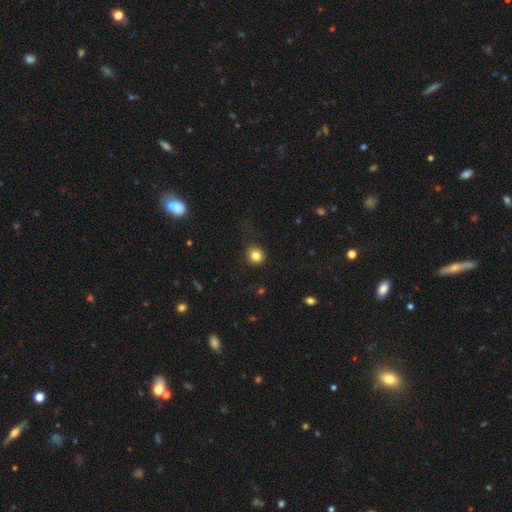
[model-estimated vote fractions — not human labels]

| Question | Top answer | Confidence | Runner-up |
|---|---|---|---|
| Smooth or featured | smooth | 83% | star or artifact (12%) |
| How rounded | round | 90% | in between (9%) |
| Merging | none | 83% | minor disturbance (12%) |